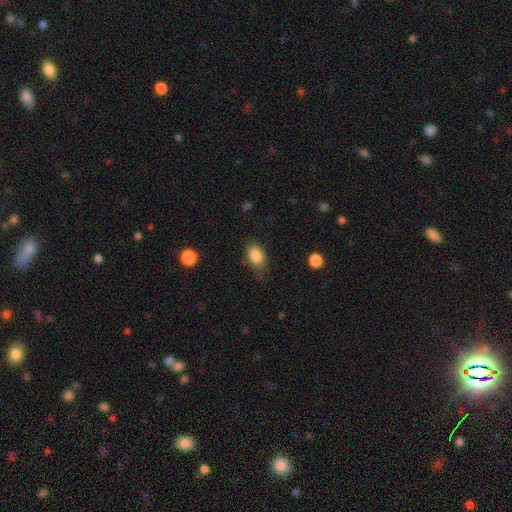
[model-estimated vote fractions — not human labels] smooth 86%, star or artifact 9%, featured or disk 6%. Down the decision tree: how rounded — in between (83%); merging — none (68%).